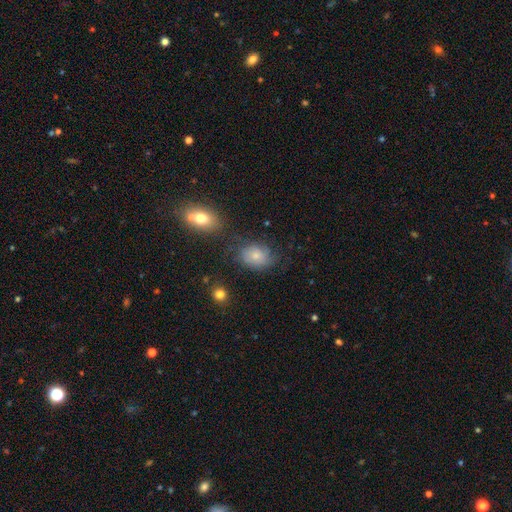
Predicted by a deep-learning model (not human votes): Smooth or featured? smooth (63%)
How rounded? in between (64%)
Merging? none (58%)